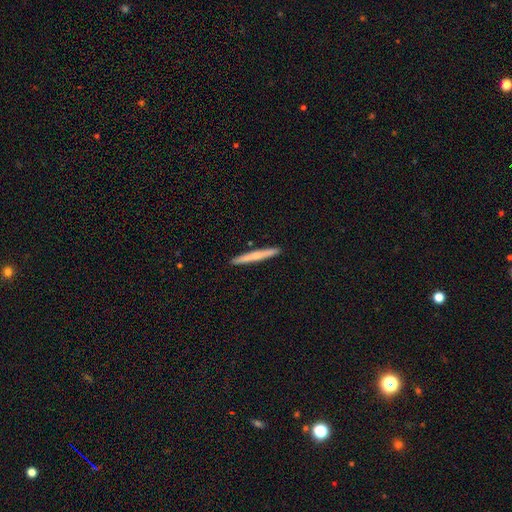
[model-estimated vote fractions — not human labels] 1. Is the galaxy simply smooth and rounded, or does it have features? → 52% smooth, 42% featured or disk, 5% star or artifact.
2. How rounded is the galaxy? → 96% cigar-shaped, 2% in between, 1% round.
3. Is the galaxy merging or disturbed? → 92% none, 5% minor disturbance, 1% merger, 1% major disturbance.